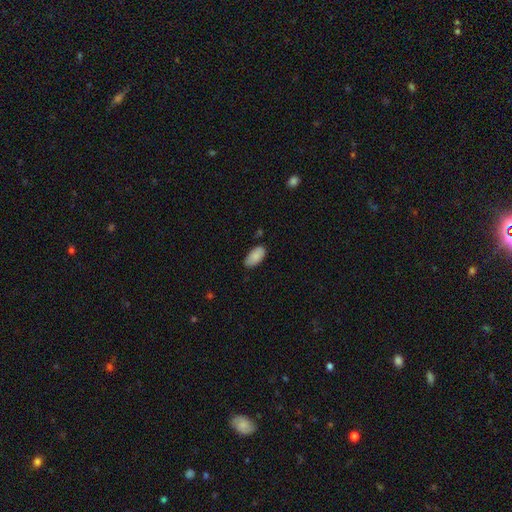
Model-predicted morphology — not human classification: This appears to be a smooth galaxy with no disk features (88%) that is in between round and cigar-shaped (94%). Merging: none (78%).